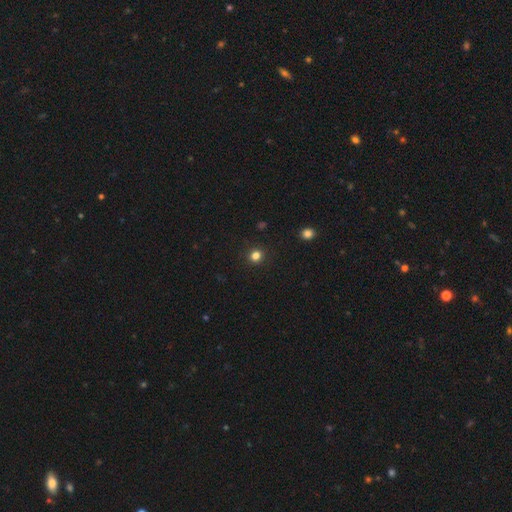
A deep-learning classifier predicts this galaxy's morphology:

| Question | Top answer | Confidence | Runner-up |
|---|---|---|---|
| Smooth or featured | smooth | 81% | star or artifact (15%) |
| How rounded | round | 88% | in between (11%) |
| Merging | none | 91% | minor disturbance (6%) |